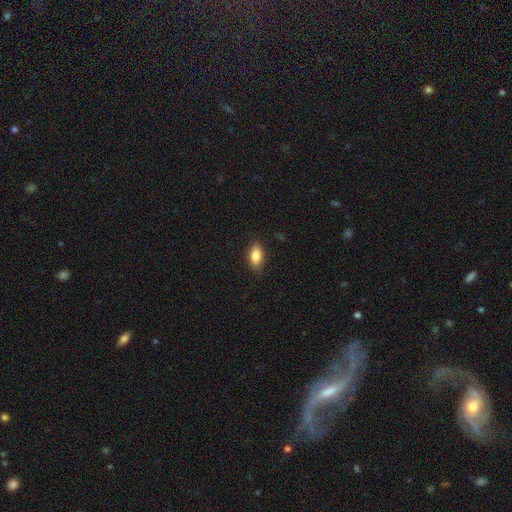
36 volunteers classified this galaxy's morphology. Smooth or featured?
  - smooth: 89% *
  - featured or disk: 8%
  - star or artifact: 3%
How rounded?
  - in between: 94% *
  - cigar-shaped: 6%
  - round: 0%
Merging?
  - none: 91% *
  - minor disturbance: 6%
  - major disturbance: 3%
  - merger: 0%